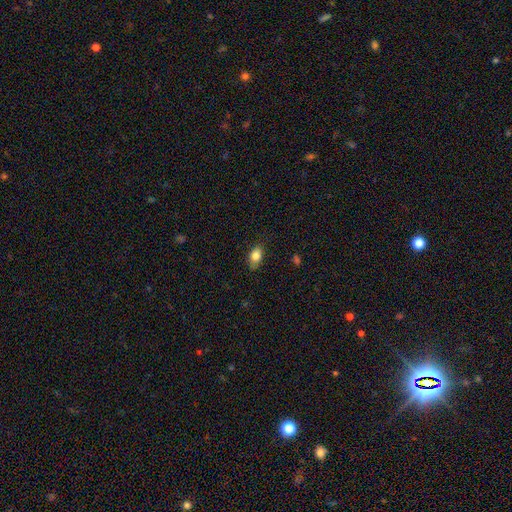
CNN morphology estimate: This appears to be a smooth galaxy with no disk features (81%) that is in between round and cigar-shaped (85%). Merging: none (78%).